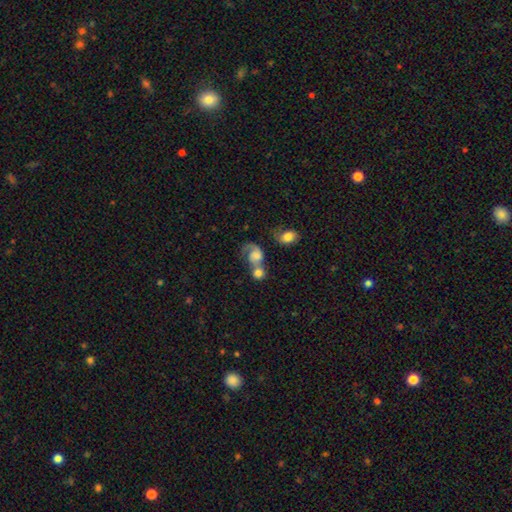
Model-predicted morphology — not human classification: A featured or disk galaxy (53%) with no bar (73%), spiral arms (82%) and a moderate central bulge (31%). Merging: merger (58%).